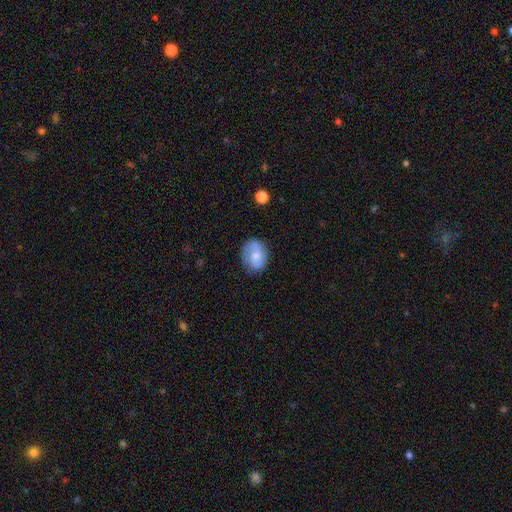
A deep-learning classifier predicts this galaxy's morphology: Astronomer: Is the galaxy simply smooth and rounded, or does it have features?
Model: featured or disk — 51% (runner-up: smooth, 41%).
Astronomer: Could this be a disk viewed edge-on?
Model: no — 97%.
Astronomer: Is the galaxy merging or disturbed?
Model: none — 74%.